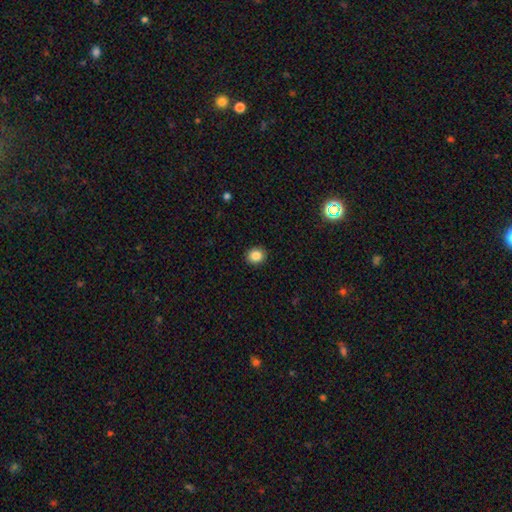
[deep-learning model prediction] smooth 86%, star or artifact 10%, featured or disk 4%. Down the decision tree: how rounded — round (77%); merging — none (91%).